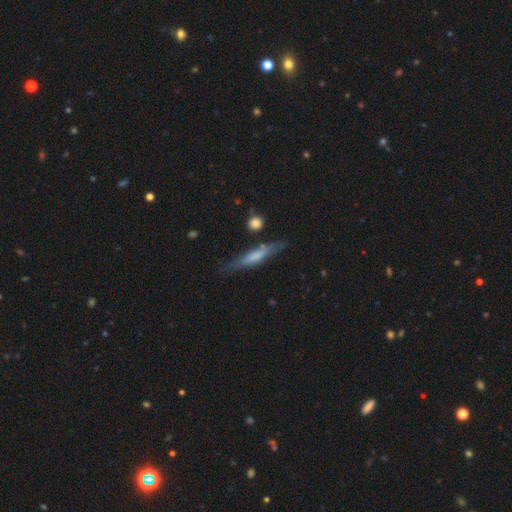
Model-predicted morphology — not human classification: smooth 51%, featured or disk 43%, star or artifact 6%. Down the decision tree: how rounded — cigar-shaped (84%); merging — none (71%).